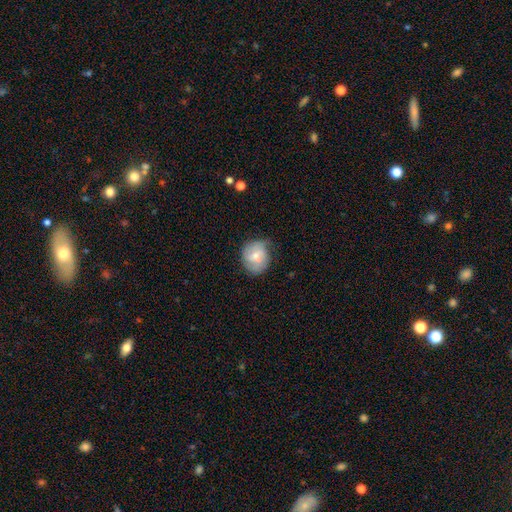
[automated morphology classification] Smooth or featured? Predicted: smooth (p=0.53). How rounded? Predicted: round (p=0.71). Merging? Predicted: none (p=0.56).